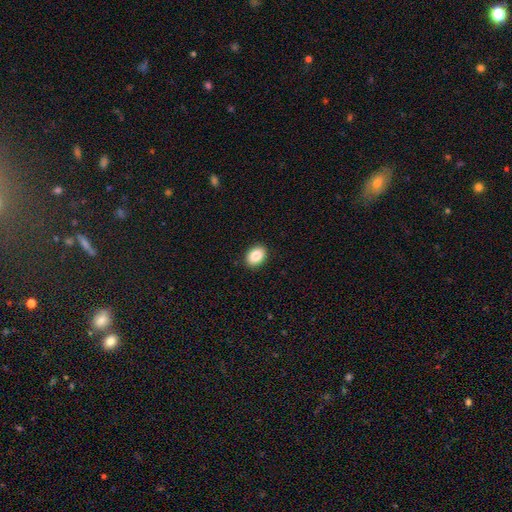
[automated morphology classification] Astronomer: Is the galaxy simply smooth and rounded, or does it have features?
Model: smooth — 87%.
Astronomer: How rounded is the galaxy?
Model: in between — 76%.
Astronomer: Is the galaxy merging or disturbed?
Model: none — 90%.